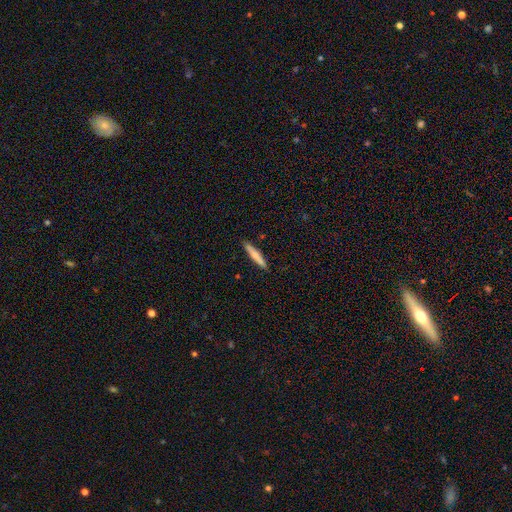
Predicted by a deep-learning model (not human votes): A smooth galaxy with no disk features (68%) that is cigar-shaped (93%).

Vote fractions:
- Smooth or featured? smooth: 68% / featured or disk: 27% / star or artifact: 5%
- How rounded? cigar-shaped: 93% / in between: 5% / round: 1%
- Merging? none: 90% / minor disturbance: 7% / major disturbance: 1% / merger: 1%